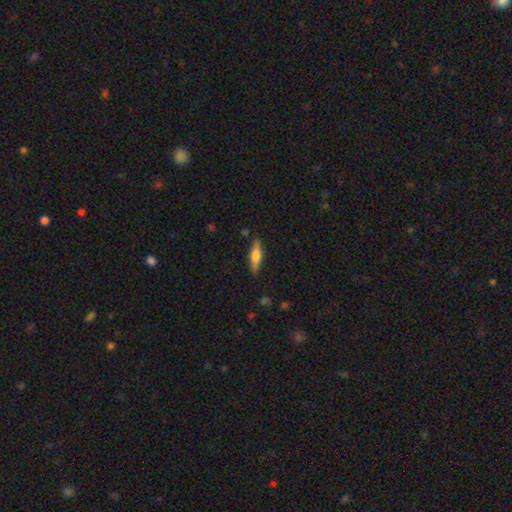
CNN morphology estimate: Smooth or featured? Predicted: smooth (p=0.50). How rounded? Predicted: cigar-shaped (p=0.67). Merging? Predicted: none (p=0.86).